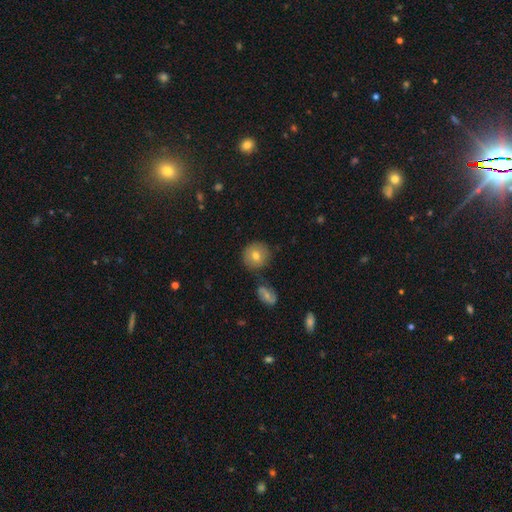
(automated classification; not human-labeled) A smooth galaxy with no disk features (72%) that is round (91%). Merging: none (76%).